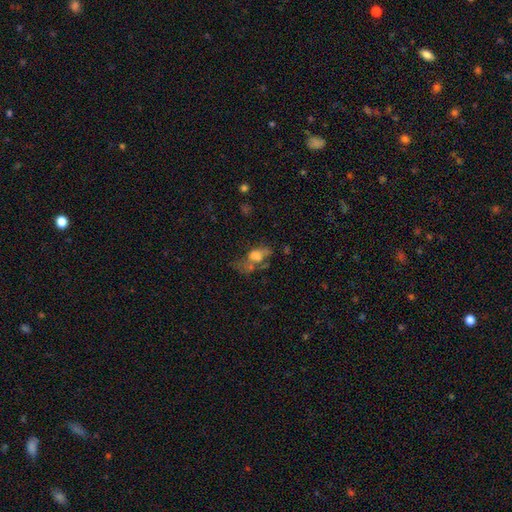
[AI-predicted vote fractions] Overall: smooth (53%; featured or disk 31%). How rounded: in between (80%). Merging: major disturbance (34%; merger 26%).